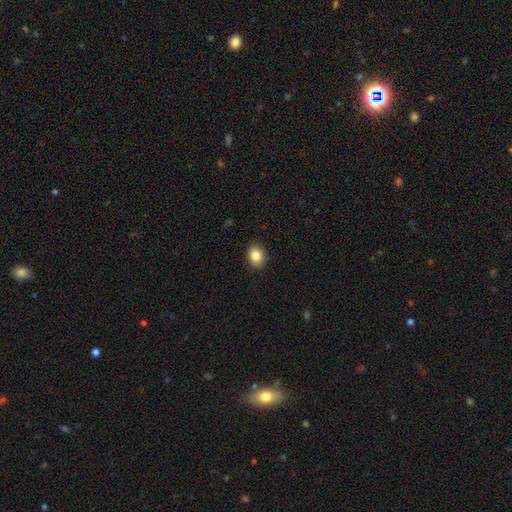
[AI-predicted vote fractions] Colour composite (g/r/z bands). It shows a smooth galaxy with no disk features (85%) that is in between round and cigar-shaped (58%). Merging: none (89%).